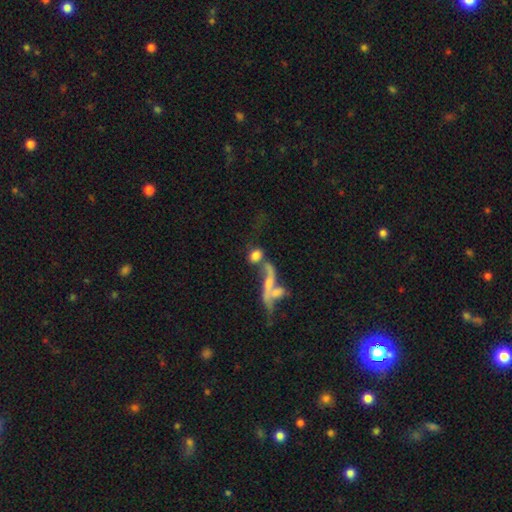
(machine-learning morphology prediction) Smooth or featured? smooth (54%)
How rounded? in between (58%)
Merging? merger (54%)